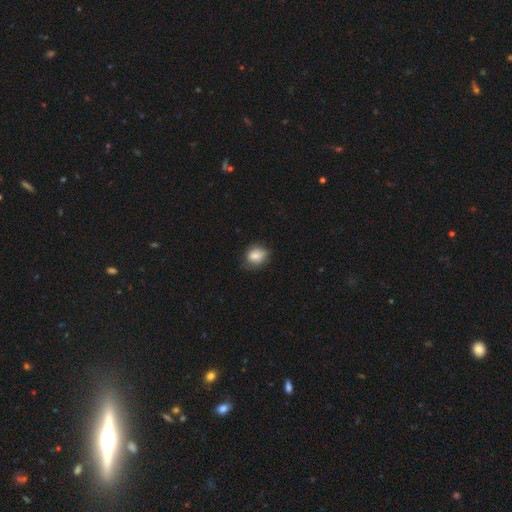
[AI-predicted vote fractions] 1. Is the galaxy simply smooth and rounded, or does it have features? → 82% smooth, 10% featured or disk, 9% star or artifact.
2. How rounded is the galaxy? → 53% round, 46% in between, 1% cigar-shaped.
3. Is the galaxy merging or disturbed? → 65% none, 28% minor disturbance, 6% major disturbance, 1% merger.